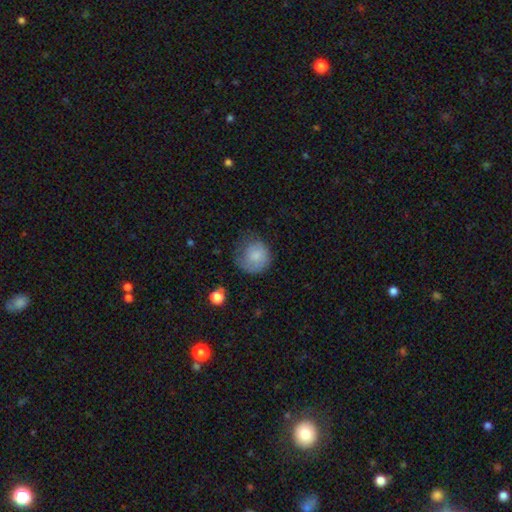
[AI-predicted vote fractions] This appears to be a smooth galaxy with no disk features (79%) that is round (86%). Merging: none (50%).